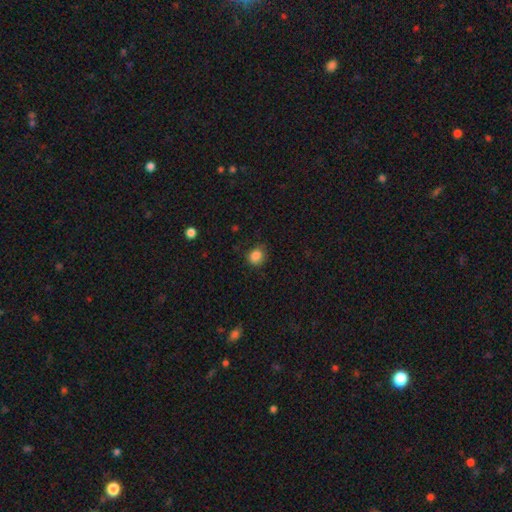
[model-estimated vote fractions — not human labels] This appears to be a smooth galaxy with no disk features (85%) that is round (66%). Merging: none (73%).